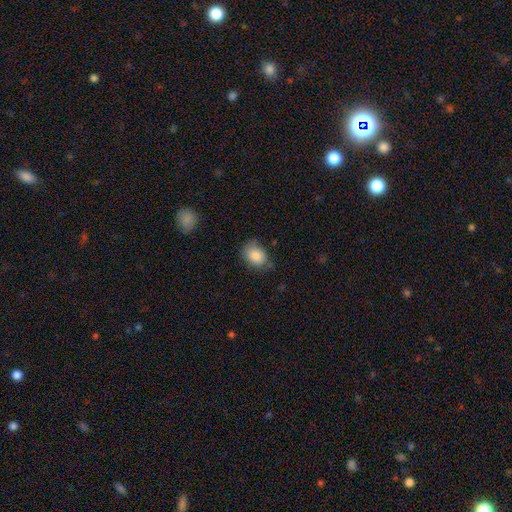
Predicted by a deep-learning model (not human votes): This appears to be a smooth galaxy with no disk features (87%) that is in between round and cigar-shaped (61%). Merging: none (68%).